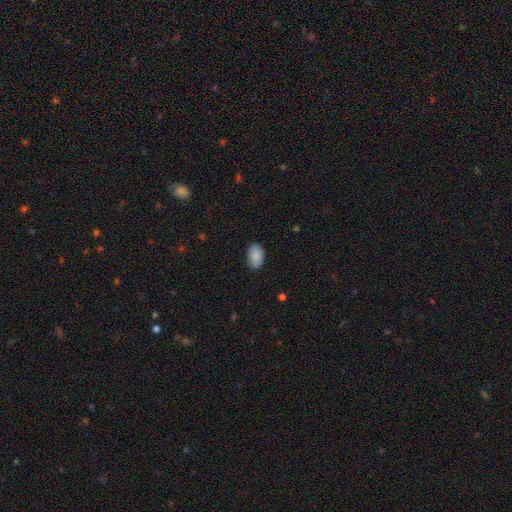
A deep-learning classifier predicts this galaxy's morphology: Overall: smooth (89%). How rounded: in between (92%). Merging: none (84%).